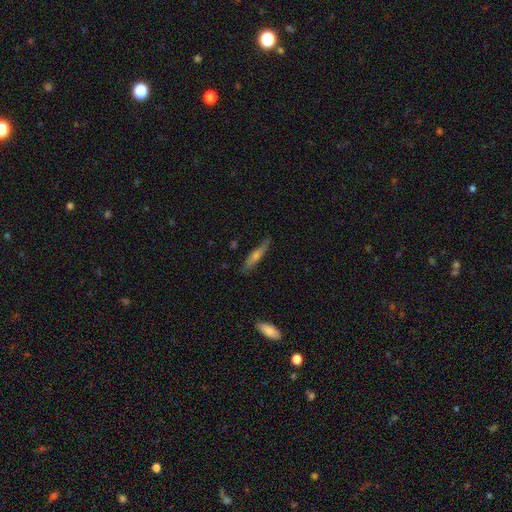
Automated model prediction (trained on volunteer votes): This appears to be a featured or disk galaxy (47%). Merging: none (84%).